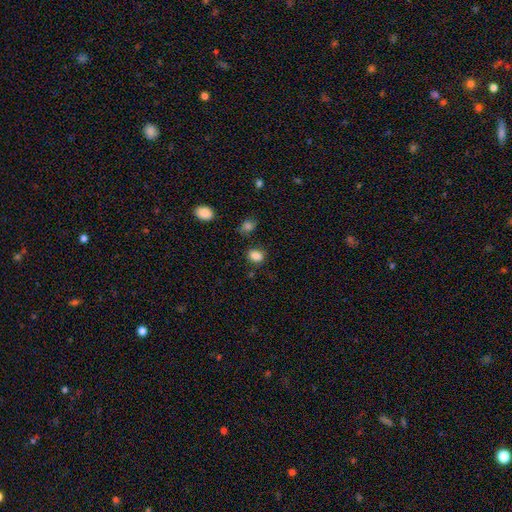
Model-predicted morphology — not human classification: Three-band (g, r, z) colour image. It shows a smooth galaxy with no disk features (85%) that is in between round and cigar-shaped (62%). Merging: none (77%).